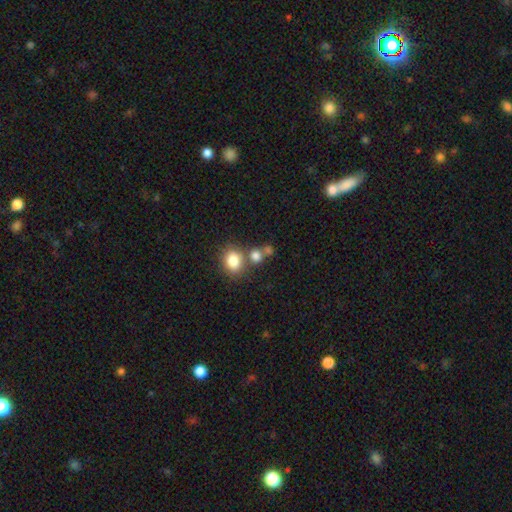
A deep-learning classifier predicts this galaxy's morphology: Smooth or featured? smooth (78%)
How rounded? round (70%)
Merging? none (51%)